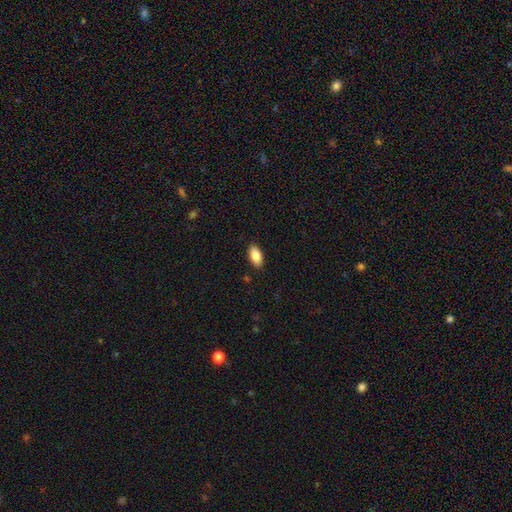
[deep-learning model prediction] smooth_or_featured: smooth (p=0.86) [alt: featured or disk p=0.07]
how_rounded: in between (p=0.93) [alt: cigar-shaped p=0.05]
merging: none (p=0.89) [alt: minor disturbance p=0.08]